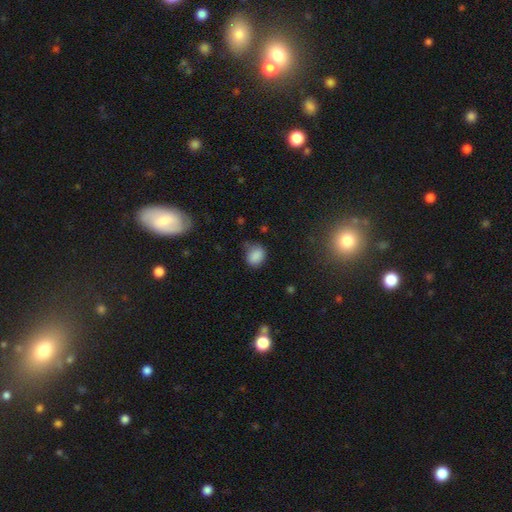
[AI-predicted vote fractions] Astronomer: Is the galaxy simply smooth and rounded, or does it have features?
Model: smooth — 85%.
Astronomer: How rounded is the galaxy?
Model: round — 55% (runner-up: in between, 43%).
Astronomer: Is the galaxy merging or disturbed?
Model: none — 64%.